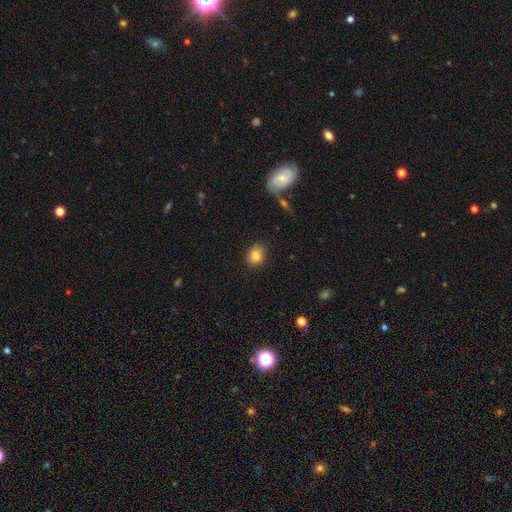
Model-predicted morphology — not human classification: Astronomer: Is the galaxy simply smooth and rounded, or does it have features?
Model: smooth — 84%.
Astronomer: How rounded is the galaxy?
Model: round — 56% (runner-up: in between, 43%).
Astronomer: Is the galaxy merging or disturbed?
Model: none — 82%.